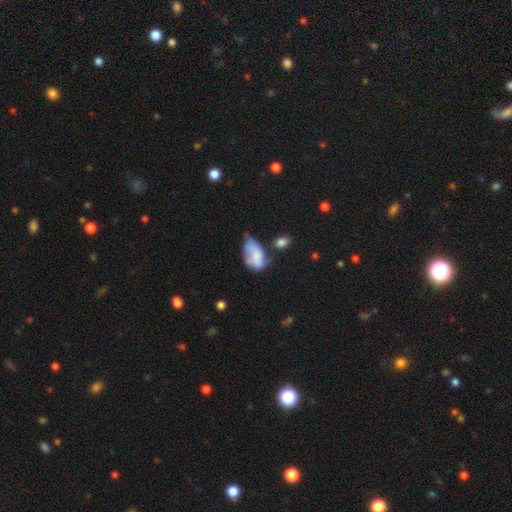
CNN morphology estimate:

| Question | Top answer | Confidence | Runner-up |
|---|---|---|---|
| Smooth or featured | smooth | 58% | featured or disk (33%) |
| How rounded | in between | 89% | round (8%) |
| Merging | minor disturbance | 30% | major disturbance (28%) |